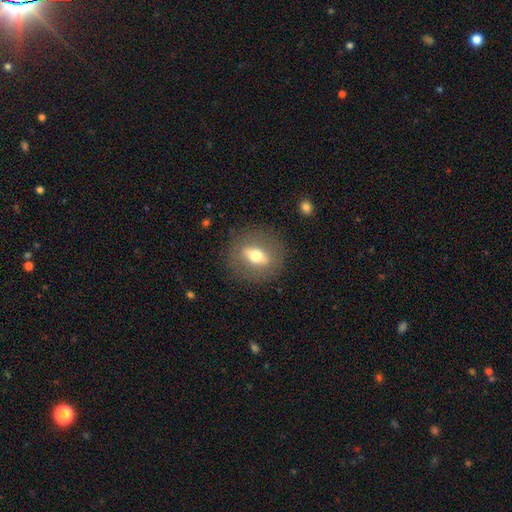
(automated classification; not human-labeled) Smooth or featured: smooth — 48% (featured or disk — 43%)
Merging: none — 85% (minor disturbance — 9%)